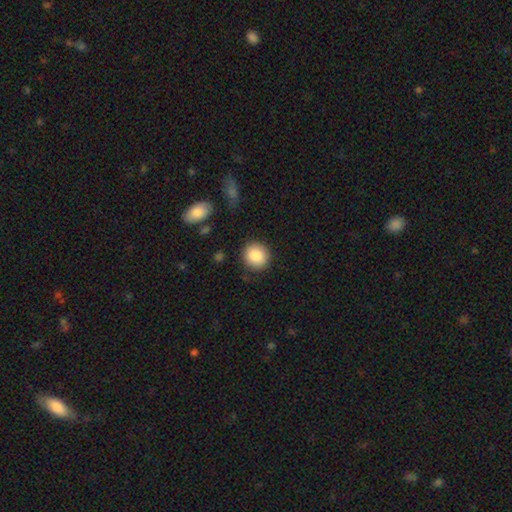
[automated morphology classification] A smooth galaxy with no disk features (88%) that is round (88%).

Vote fractions:
- Smooth or featured? smooth: 88% / star or artifact: 8% / featured or disk: 5%
- How rounded? round: 88% / in between: 11% / cigar-shaped: 1%
- Merging? none: 88% / minor disturbance: 8% / major disturbance: 3% / merger: 1%